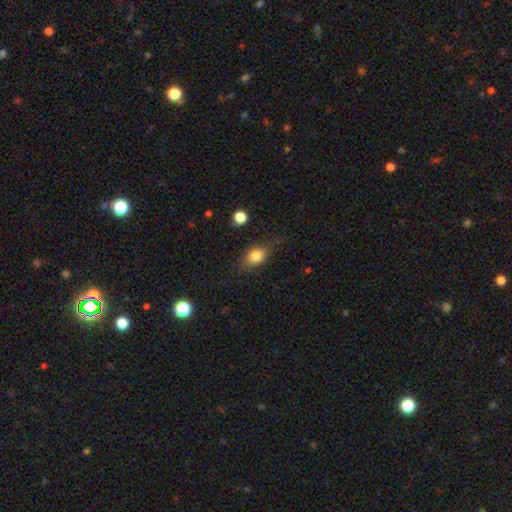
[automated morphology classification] Overall: smooth (79%). How rounded: in between (76%). Merging: none (73%).